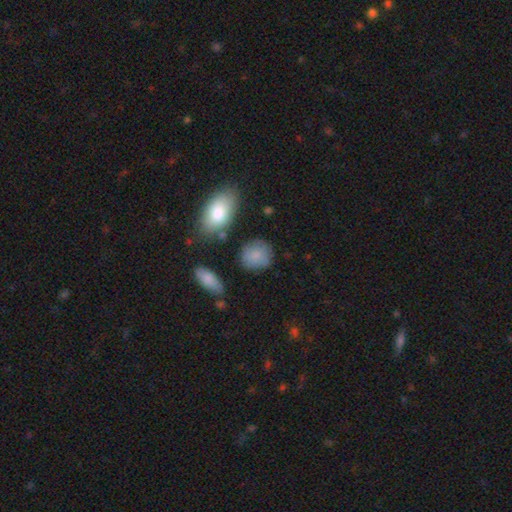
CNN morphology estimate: Smooth or featured? smooth (81%)
How rounded? round (77%)
Merging? none (75%)